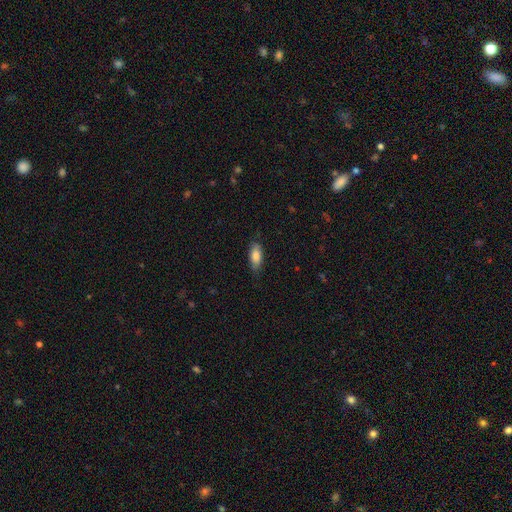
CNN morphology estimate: Smooth or featured: smooth — 83% (featured or disk — 11%)
How rounded: in between — 82% (cigar-shaped — 16%)
Merging: none — 78% (minor disturbance — 18%)